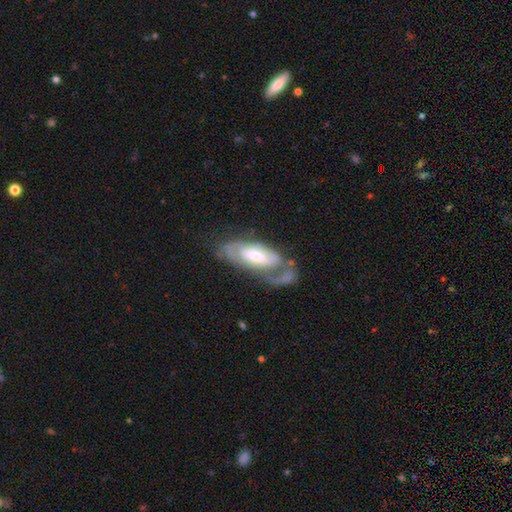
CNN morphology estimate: Smooth or featured?
  - featured or disk: 76% *
  - smooth: 19%
  - star or artifact: 5%
Edge-on disk?
  - no: 90% *
  - yes: 10%
Bar?
  - no: 49% *
  - weak: 36%
  - strong: 16%
Spiral arms?
  - yes: 83% *
  - no: 17%
Spiral winding?
  - tight: 50% *
  - medium: 35%
  - loose: 14%
Spiral arm count?
  - 2: 46% *
  - can't tell: 26%
  - 1: 22%
  - 3: 3%
  - 4: 1%
  - more than 4: 1%
Bulge size?
  - moderate: 49% *
  - small: 26%
  - large: 20%
  - none: 3%
  - dominant: 2%
Merging?
  - none: 48% *
  - major disturbance: 25%
  - minor disturbance: 22%
  - merger: 5%